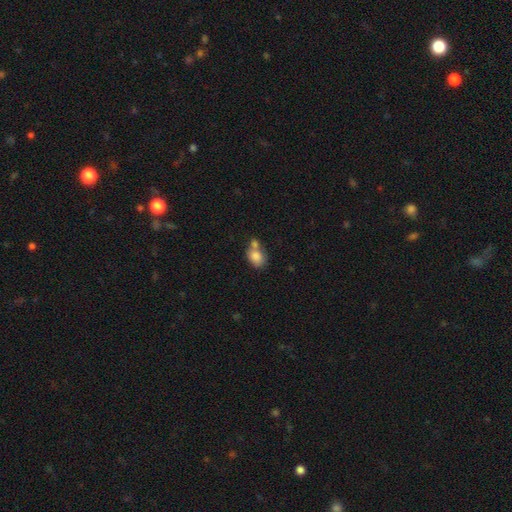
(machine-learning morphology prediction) A smooth galaxy with no disk features (82%) that is in between round and cigar-shaped (65%).

Vote fractions:
- Smooth or featured? smooth: 82% / featured or disk: 10% / star or artifact: 8%
- How rounded? in between: 65% / round: 33% / cigar-shaped: 1%
- Merging? merger: 47% / none: 34% / minor disturbance: 13% / major disturbance: 5%